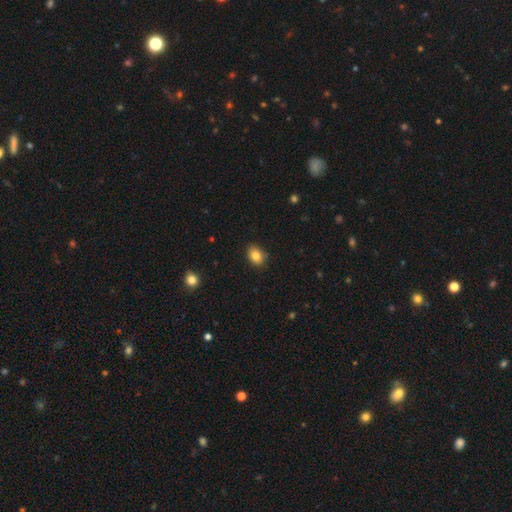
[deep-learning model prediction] Smooth or featured? smooth (84%)
How rounded? in between (68%)
Merging? none (82%)